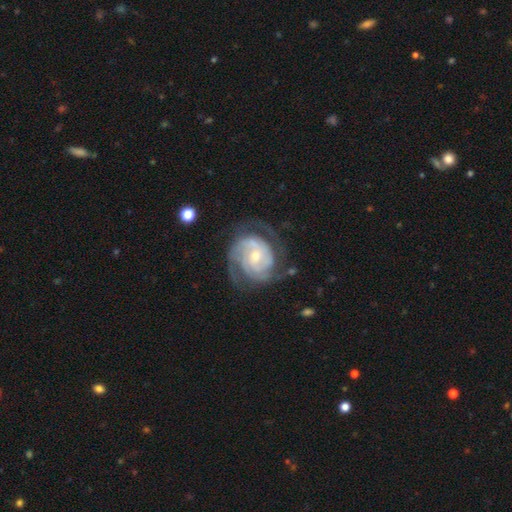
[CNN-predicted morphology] Overall: featured or disk (89%). Edge-on disk: no (98%). Bar: no (63%; weak 30%). Spiral arms: yes (97%). Spiral arm count: 2 (35%; 3 29%). Spiral winding: tight (64%; medium 30%). Bulge size: small (57%; moderate 38%). Merging: none (66%).